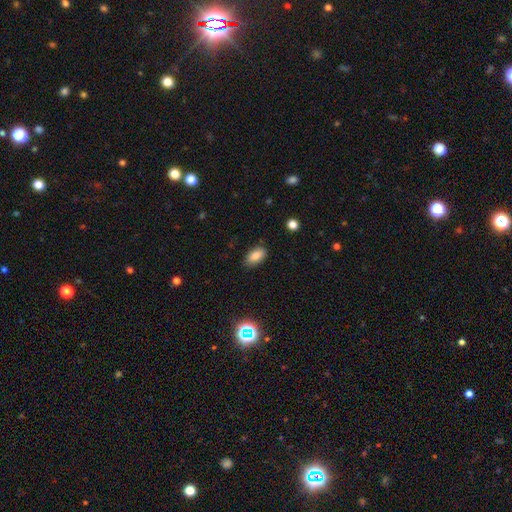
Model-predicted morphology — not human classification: Smooth or featured? Predicted: smooth (p=0.84). How rounded? Predicted: in between (p=0.92). Merging? Predicted: none (p=0.85).